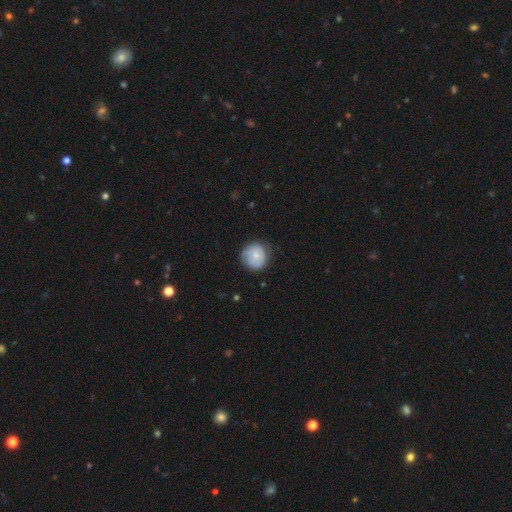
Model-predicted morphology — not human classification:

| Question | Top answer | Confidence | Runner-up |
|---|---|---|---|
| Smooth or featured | smooth | 62% | featured or disk (31%) |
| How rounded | round | 88% | in between (11%) |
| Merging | none | 70% | minor disturbance (23%) |